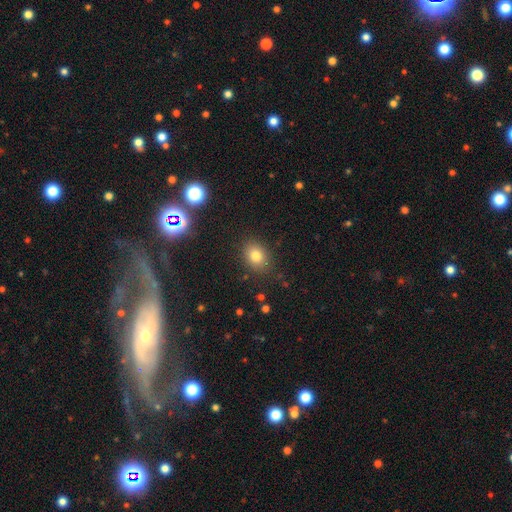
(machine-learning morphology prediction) A smooth galaxy with no disk features (78%) that is in between round and cigar-shaped (52%). Merging: none (85%).